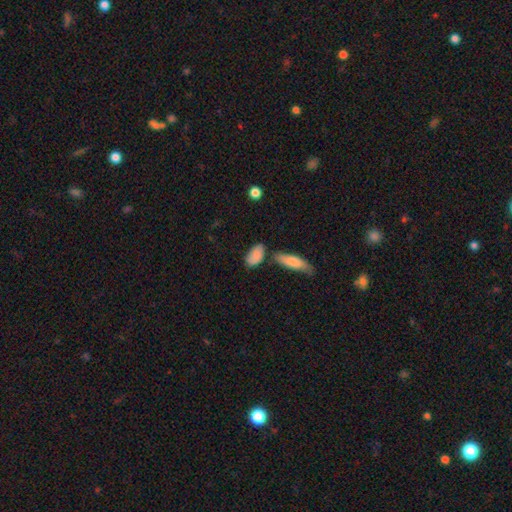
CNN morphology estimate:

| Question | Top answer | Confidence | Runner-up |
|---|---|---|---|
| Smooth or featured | smooth | 81% | featured or disk (11%) |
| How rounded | in between | 88% | cigar-shaped (8%) |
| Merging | none | 58% | minor disturbance (21%) |